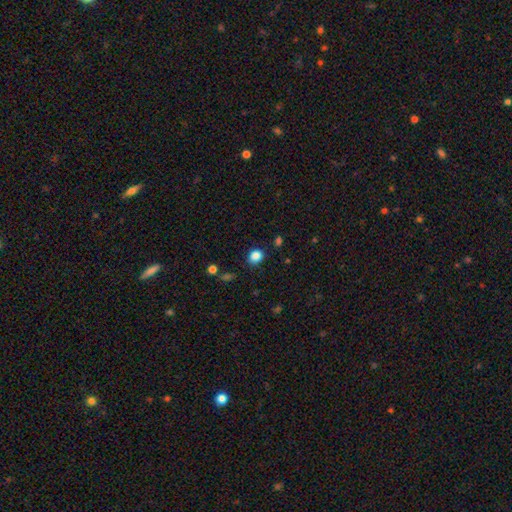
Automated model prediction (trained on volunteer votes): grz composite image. It shows a smooth galaxy with no disk features (86%) that is round (55%). Merging: none (84%).